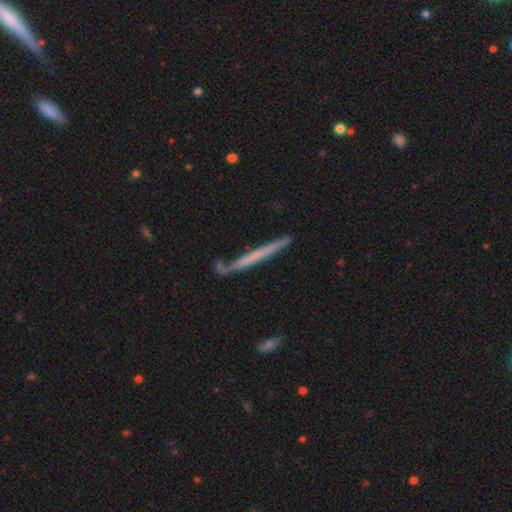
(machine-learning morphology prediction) smooth-or-featured: featured or disk: 49% | smooth: 44% | star or artifact: 6%
  merging: none: 75% | minor disturbance: 15% | merger: 6% | major disturbance: 4%